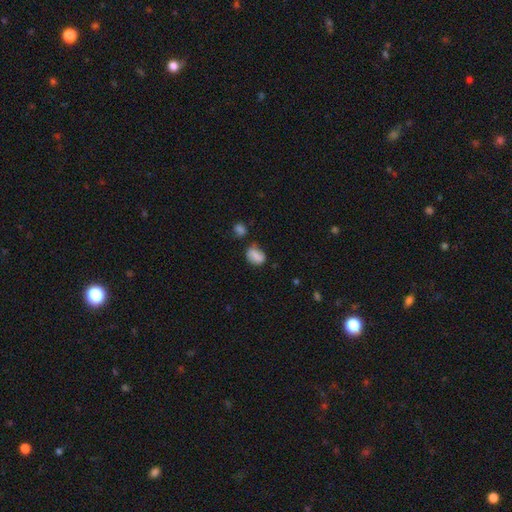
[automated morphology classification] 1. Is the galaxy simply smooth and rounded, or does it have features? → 70% smooth, 19% featured or disk, 10% star or artifact.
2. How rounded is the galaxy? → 64% in between, 34% round, 2% cigar-shaped.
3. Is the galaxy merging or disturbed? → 57% none, 25% minor disturbance, 9% merger, 8% major disturbance.